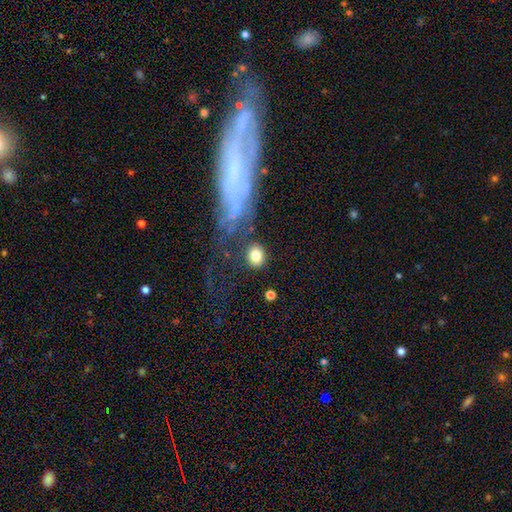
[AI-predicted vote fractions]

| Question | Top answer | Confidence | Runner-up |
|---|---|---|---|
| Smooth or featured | smooth | 80% | featured or disk (10%) |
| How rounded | round | 62% | in between (37%) |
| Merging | none | 74% | minor disturbance (12%) |